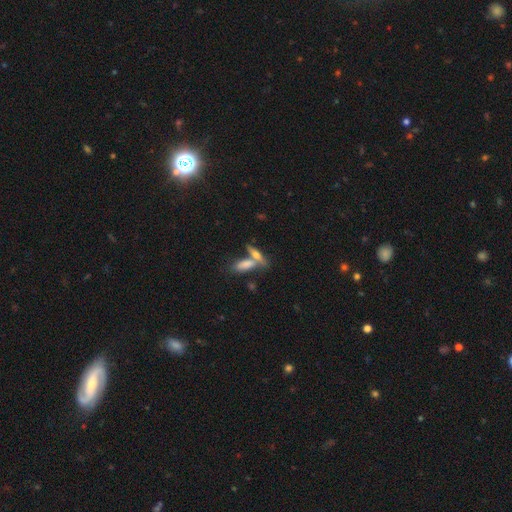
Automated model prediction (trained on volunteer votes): This appears to be a smooth galaxy with no disk features (59%) that is cigar-shaped (56%). Merging: none (48%).